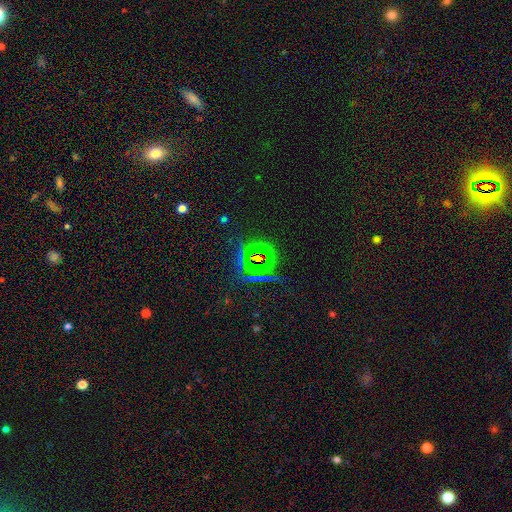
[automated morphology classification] Smooth or featured?
  - star or artifact: 72% *
  - smooth: 18%
  - featured or disk: 10%